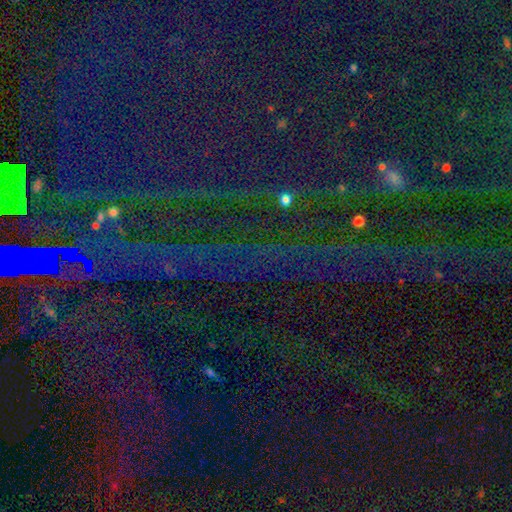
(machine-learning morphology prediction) type=star or artifact (84%).